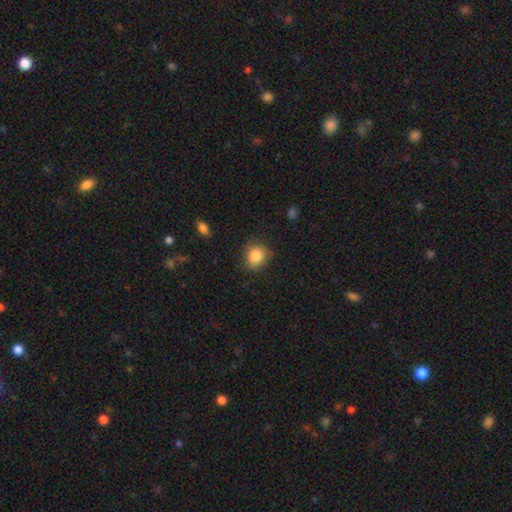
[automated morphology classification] Overall: smooth (84%). How rounded: round (73%). Merging: none (78%).